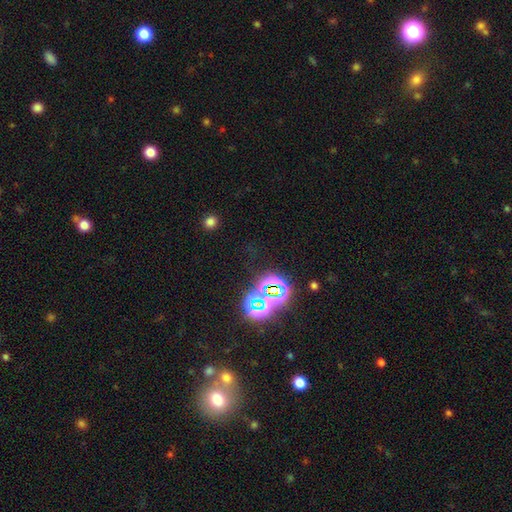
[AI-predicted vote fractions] Smooth or featured?
  - star or artifact: 64% *
  - smooth: 21%
  - featured or disk: 15%